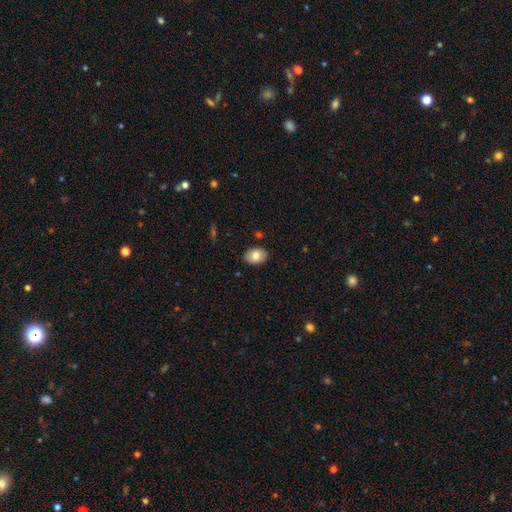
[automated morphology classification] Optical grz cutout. It shows a smooth galaxy with no disk features (78%) that is in between round and cigar-shaped (79%). Merging: none (86%).